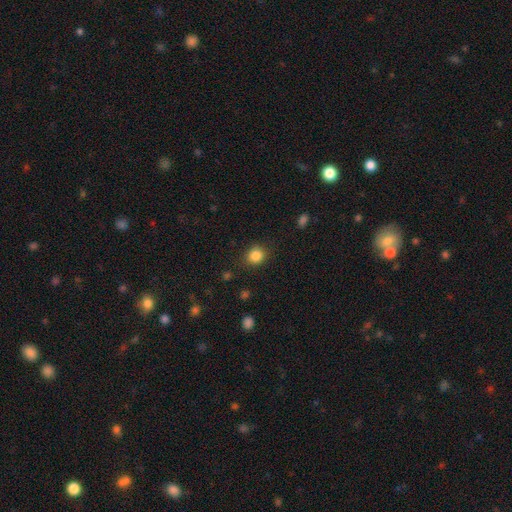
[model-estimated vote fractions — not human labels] The model was most divided on "how rounded": round: 81%, in between: 18%, cigar-shaped: 1%. More confident: smooth or featured — smooth (85%); merging — none (84%).